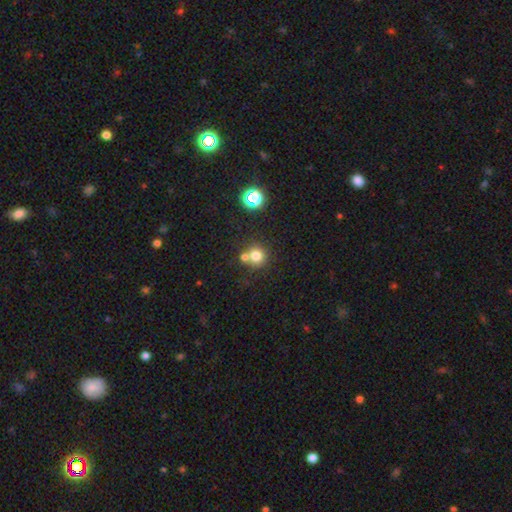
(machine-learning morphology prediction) Smooth or featured? smooth (76%)
How rounded? round (90%)
Merging? none (60%)